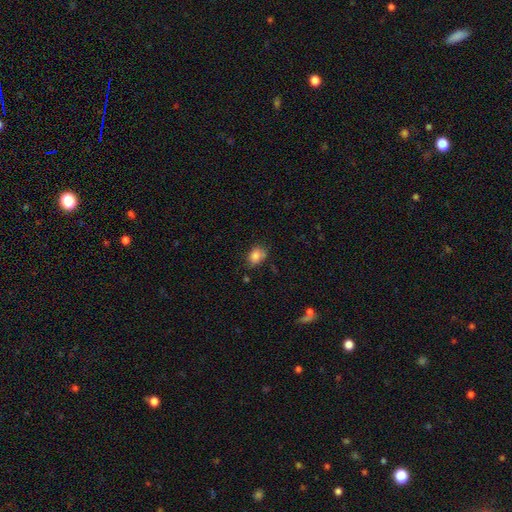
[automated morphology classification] Smooth or featured?
  - smooth: 82% *
  - star or artifact: 9%
  - featured or disk: 9%
How rounded?
  - in between: 70% *
  - round: 28%
  - cigar-shaped: 1%
Merging?
  - none: 60% *
  - minor disturbance: 27%
  - merger: 7%
  - major disturbance: 6%